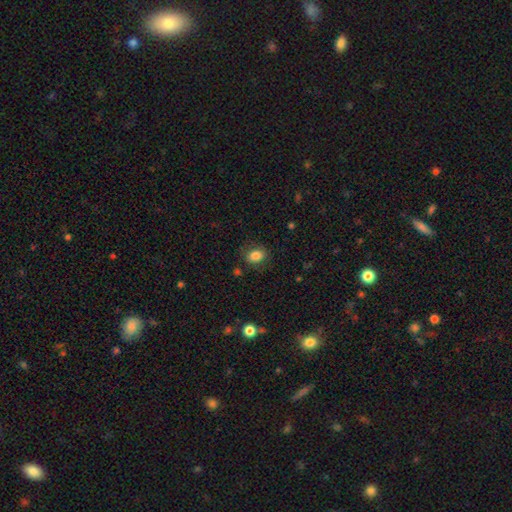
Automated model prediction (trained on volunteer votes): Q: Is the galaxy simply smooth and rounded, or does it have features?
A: smooth — 83%.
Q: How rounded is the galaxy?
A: in between — 64%.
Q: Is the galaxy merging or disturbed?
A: none — 81%.